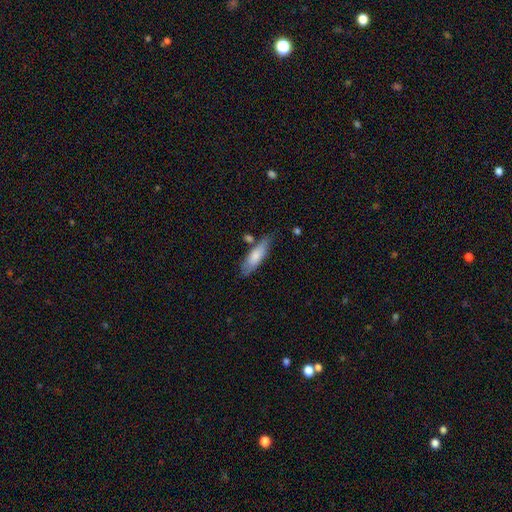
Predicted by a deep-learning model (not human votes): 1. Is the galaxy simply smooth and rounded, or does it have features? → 73% smooth, 21% featured or disk, 6% star or artifact.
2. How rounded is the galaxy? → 53% cigar-shaped, 46% in between, 2% round.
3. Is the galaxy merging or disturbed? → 67% none, 20% minor disturbance, 9% merger, 5% major disturbance.